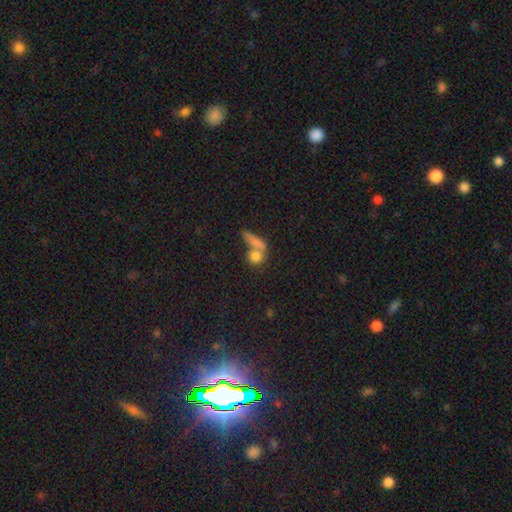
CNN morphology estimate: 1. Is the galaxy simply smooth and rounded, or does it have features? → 77% smooth, 12% featured or disk, 11% star or artifact.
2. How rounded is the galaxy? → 61% round, 28% in between, 12% cigar-shaped.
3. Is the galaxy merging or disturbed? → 44% merger, 41% none, 9% minor disturbance, 7% major disturbance.